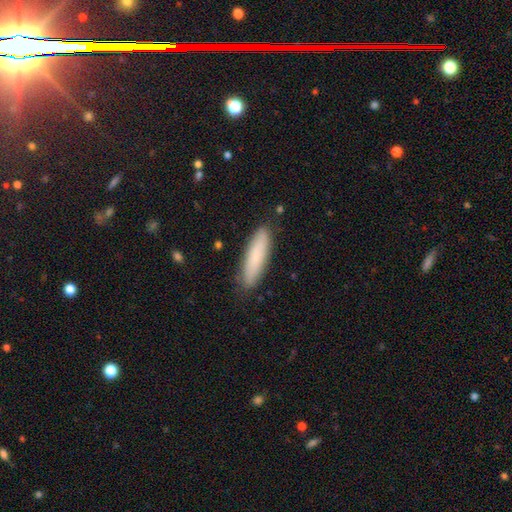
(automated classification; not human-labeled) Smooth or featured? Predicted: smooth (p=0.79). How rounded? Predicted: cigar-shaped (p=0.72). Merging? Predicted: none (p=0.86).